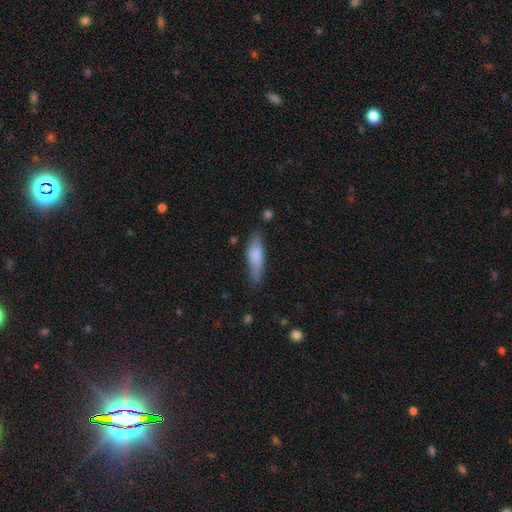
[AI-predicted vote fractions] Morphology: type=smooth (74%); roundness=cigar-shaped (61%); merging=none (69%).